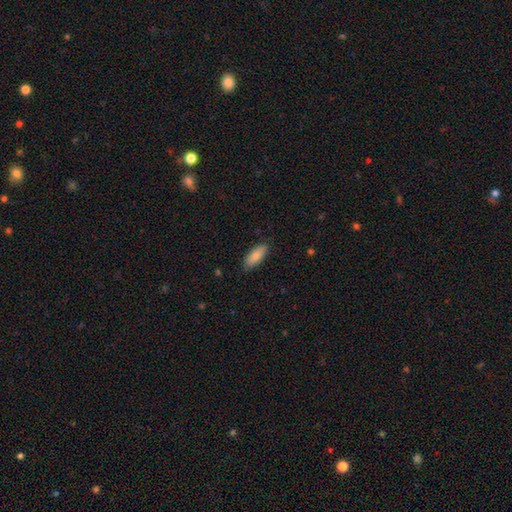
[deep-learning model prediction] This appears to be a smooth galaxy with no disk features (82%) that is in between round and cigar-shaped (79%). Merging: none (84%).